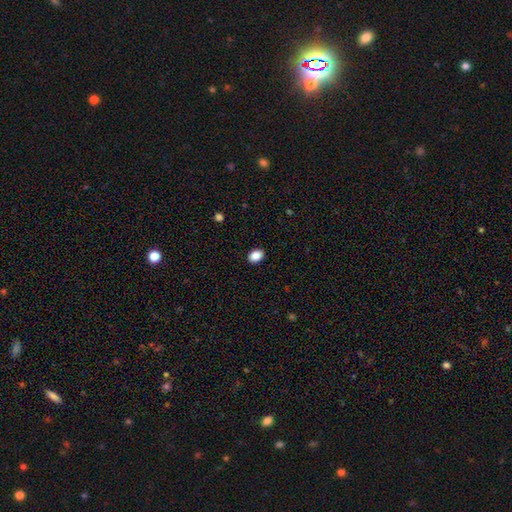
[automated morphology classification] This appears to be a smooth galaxy with no disk features (87%) that is in between round and cigar-shaped (74%). Merging: none (91%).